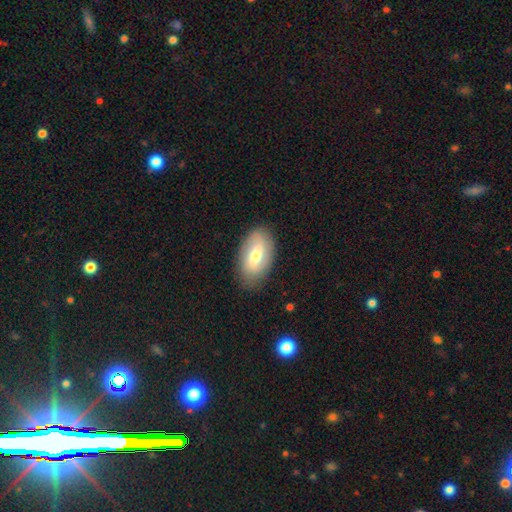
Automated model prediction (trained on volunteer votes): The model was most divided on "smooth or featured": smooth: 56%, featured or disk: 37%, star or artifact: 7%. More confident: how rounded — in between (92%); merging — none (83%).